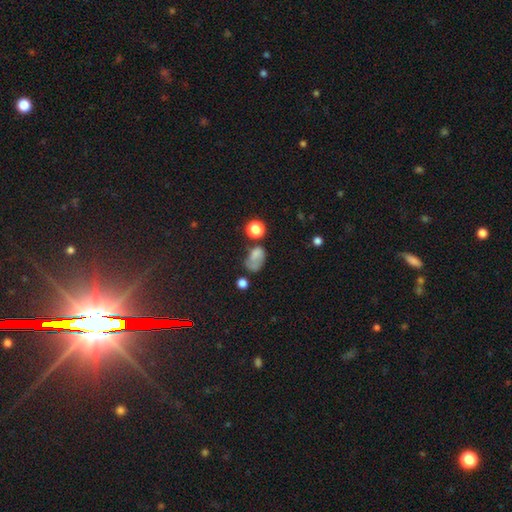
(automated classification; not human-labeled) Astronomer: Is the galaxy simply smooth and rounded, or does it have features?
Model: smooth — 69%.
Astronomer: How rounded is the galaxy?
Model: in between — 77%.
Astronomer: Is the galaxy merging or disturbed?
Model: none — 30% (runner-up: major disturbance, 28%).